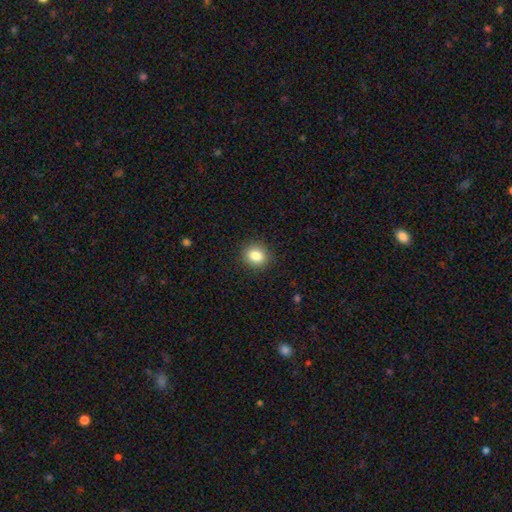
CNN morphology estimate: Smooth or featured? smooth (85%)
How rounded? round (76%)
Merging? none (90%)